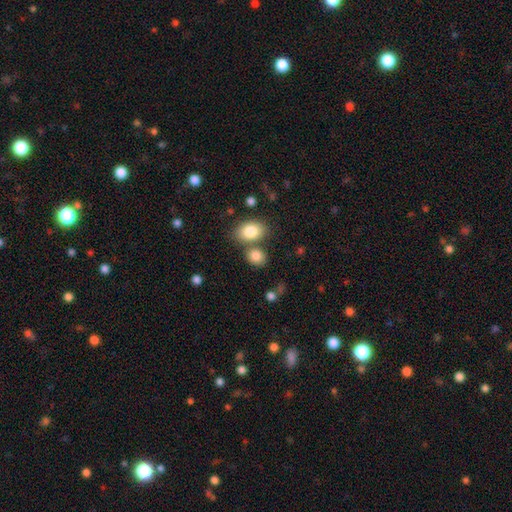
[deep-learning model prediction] Smooth or featured? Predicted: smooth (p=0.84). How rounded? Predicted: in between (p=0.57). Merging? Predicted: none (p=0.58).